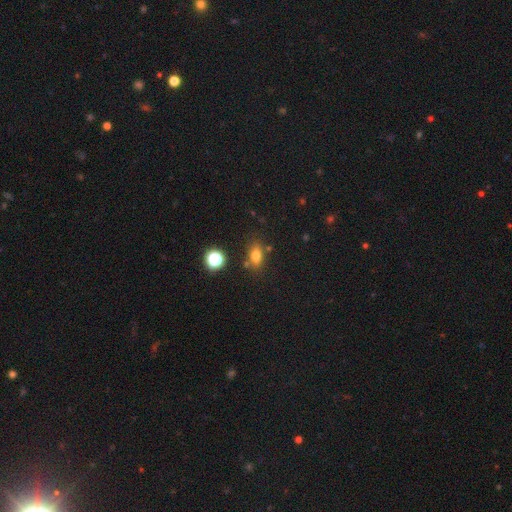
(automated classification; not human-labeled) This is likely a smooth galaxy (76%). How rounded: likely in between (77%). Merging: likely none (75%).